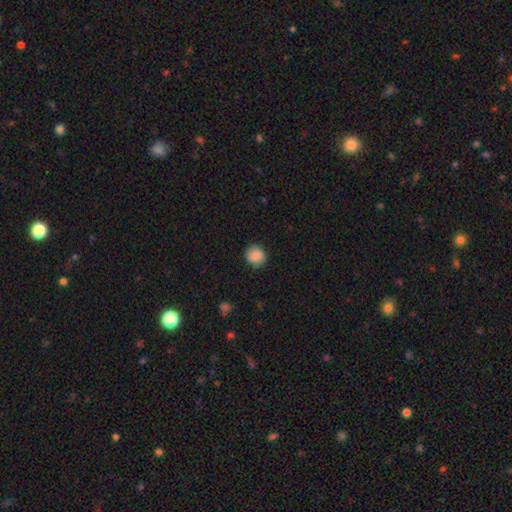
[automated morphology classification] smooth-or-featured: smooth: 87% | star or artifact: 8% | featured or disk: 5%
  how-rounded: round: 86% | in between: 13% | cigar-shaped: 1%
  merging: none: 83% | minor disturbance: 13% | major disturbance: 3% | merger: 1%